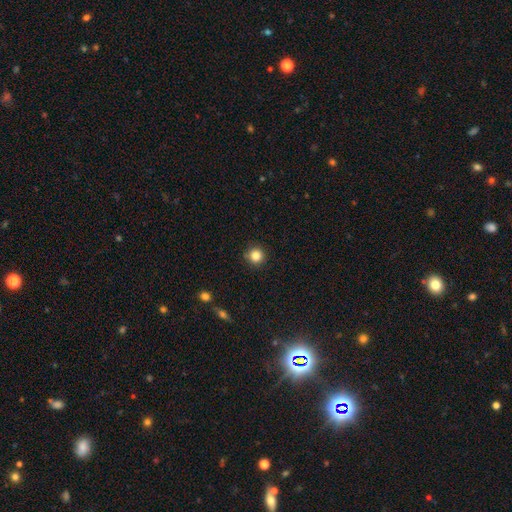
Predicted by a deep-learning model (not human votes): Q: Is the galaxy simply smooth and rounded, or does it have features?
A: smooth — 84%.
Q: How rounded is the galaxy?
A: round — 95%.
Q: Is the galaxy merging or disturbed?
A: none — 90%.